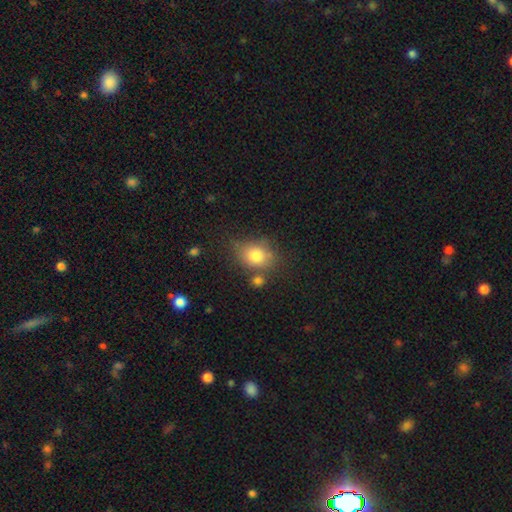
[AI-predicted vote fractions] The model was most divided on "how rounded": in between: 50%, round: 49%, cigar-shaped: 1%. More confident: smooth or featured — smooth (79%); merging — none (60%).